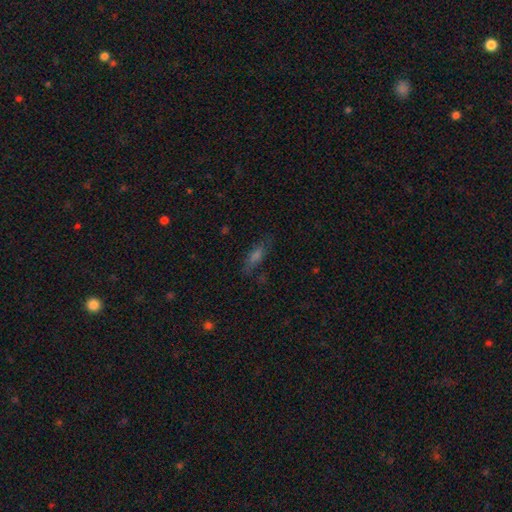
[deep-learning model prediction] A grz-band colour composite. It shows a smooth galaxy with no disk features (51%) that is in between round and cigar-shaped (48%). Merging: none (73%).